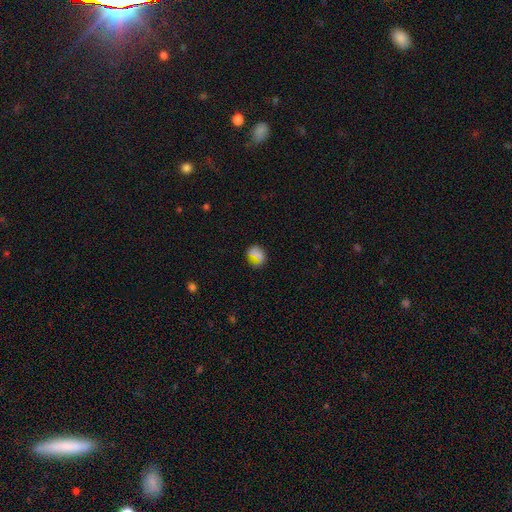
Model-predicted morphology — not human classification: smooth-or-featured: smooth: 65% | star or artifact: 20% | featured or disk: 15%
  how-rounded: round: 69% | in between: 29% | cigar-shaped: 2%
  merging: none: 68% | minor disturbance: 19% | major disturbance: 9% | merger: 4%